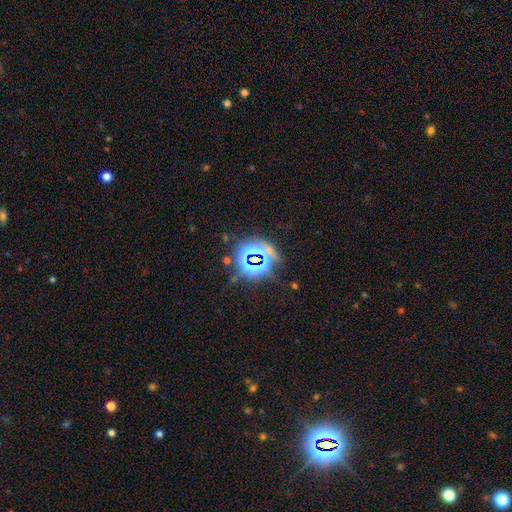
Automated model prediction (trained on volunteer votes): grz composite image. It shows a star or artifact, not a galaxy (77%).